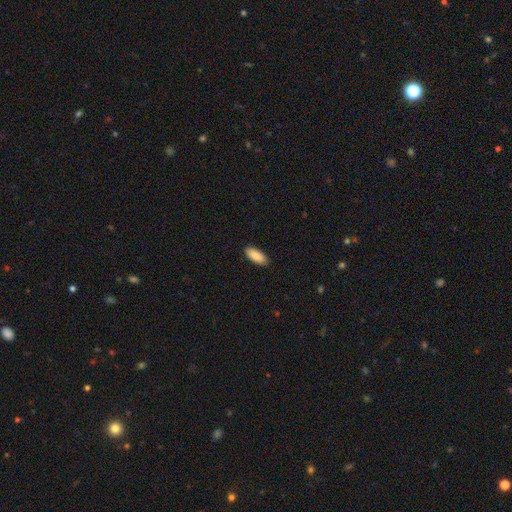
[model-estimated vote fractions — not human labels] Overall: smooth (89%). How rounded: in between (82%). Merging: none (88%).